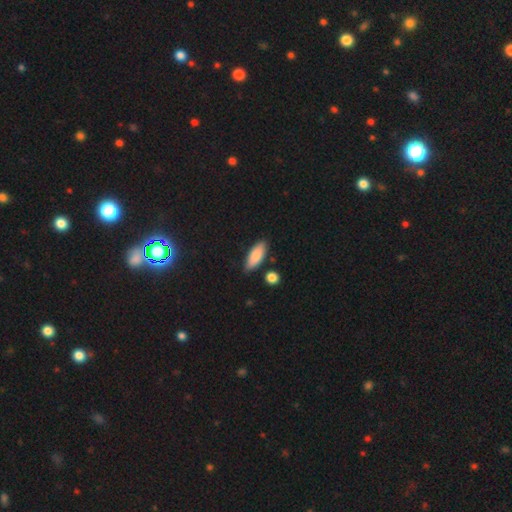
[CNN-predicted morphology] Smooth or featured? smooth (85%)
How rounded? in between (78%)
Merging? none (82%)